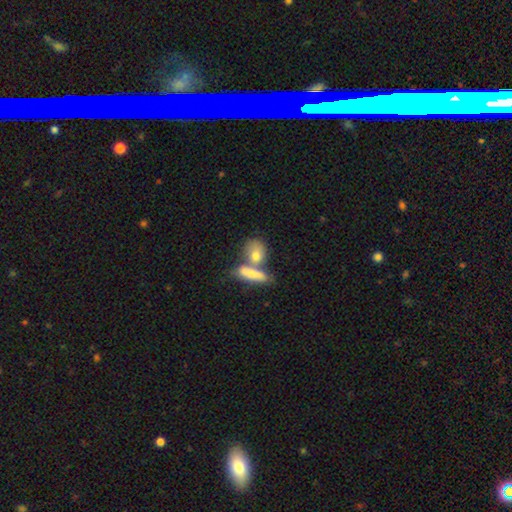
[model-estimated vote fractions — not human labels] Morphology: type=smooth (73%); roundness=in between (59%); merging=merger (51%).